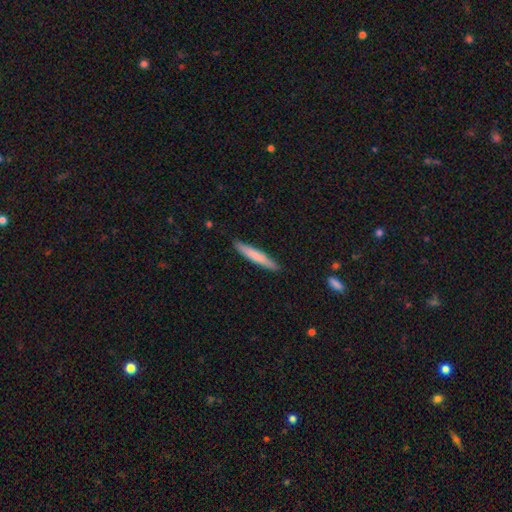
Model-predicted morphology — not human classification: A smooth galaxy with no disk features (73%) that is cigar-shaped (94%). Merging: none (89%).